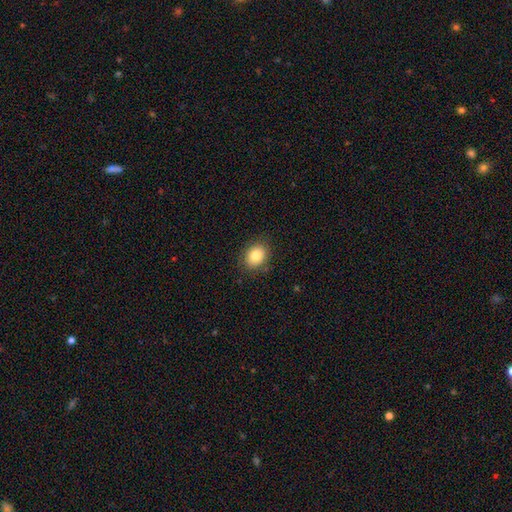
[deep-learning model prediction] smooth 80%, featured or disk 10%, star or artifact 10%. Down the decision tree: how rounded — round (55%); merging — none (85%).